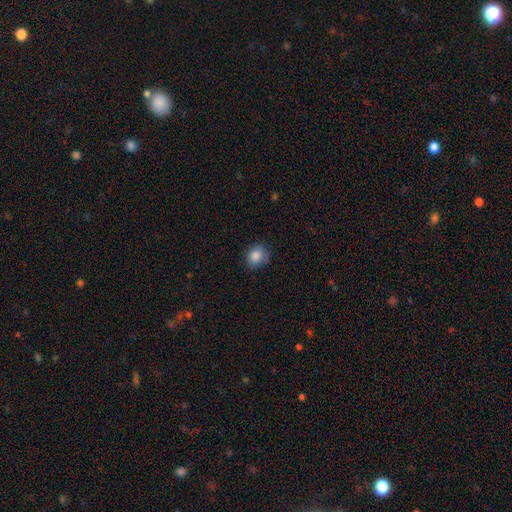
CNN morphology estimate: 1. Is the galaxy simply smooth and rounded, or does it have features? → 85% smooth, 9% star or artifact, 6% featured or disk.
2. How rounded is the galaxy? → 67% round, 32% in between, 1% cigar-shaped.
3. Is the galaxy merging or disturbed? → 76% none, 19% minor disturbance, 4% major disturbance, 1% merger.